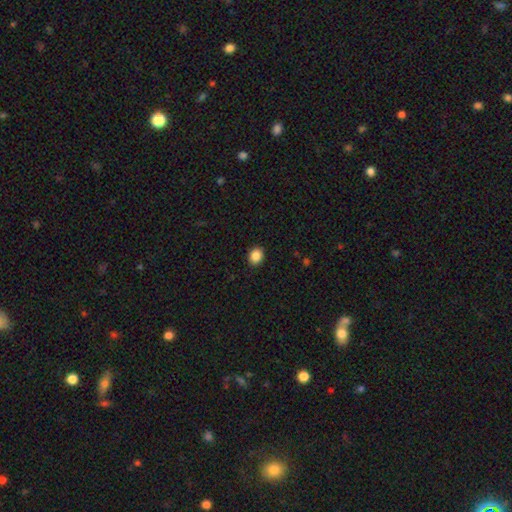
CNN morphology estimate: This appears to be a smooth galaxy with no disk features (88%) that is round (59%). Merging: none (91%).